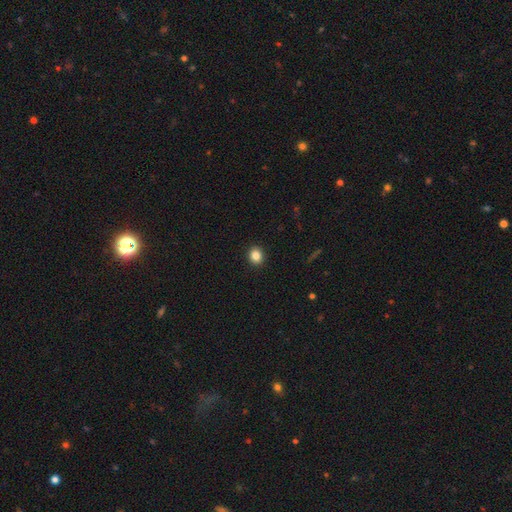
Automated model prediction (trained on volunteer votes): A smooth galaxy with no disk features (85%) that is round (71%).

Vote fractions:
- Smooth or featured? smooth: 85% / star or artifact: 10% / featured or disk: 5%
- How rounded? round: 71% / in between: 28% / cigar-shaped: 1%
- Merging? none: 92% / minor disturbance: 5% / major disturbance: 2% / merger: 1%